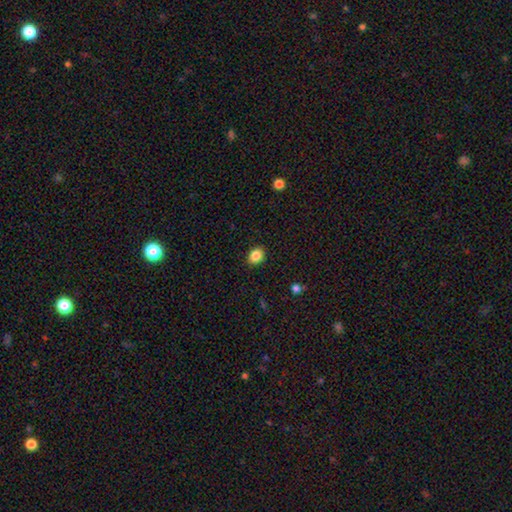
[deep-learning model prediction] Smooth or featured? Predicted: smooth (p=0.85). How rounded? Predicted: in between (p=0.53). Merging? Predicted: none (p=0.89).